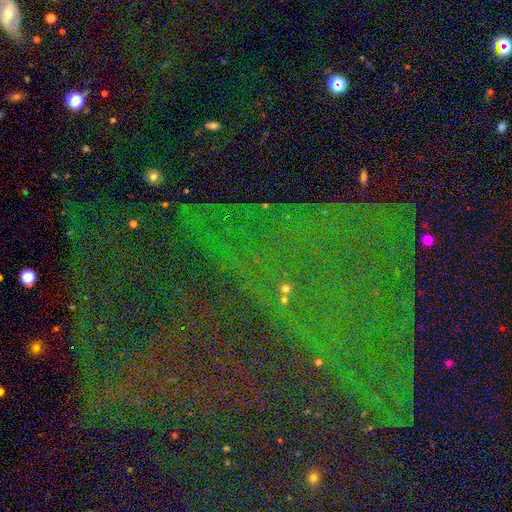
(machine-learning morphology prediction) Smooth or featured? star or artifact (84%)